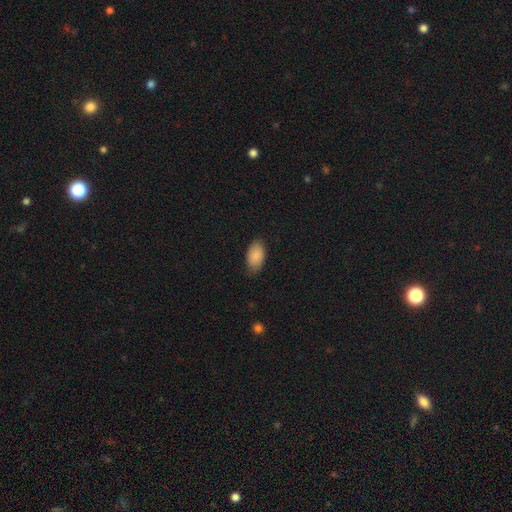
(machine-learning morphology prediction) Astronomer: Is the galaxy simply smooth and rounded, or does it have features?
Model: smooth — 87%.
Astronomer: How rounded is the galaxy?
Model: in between — 94%.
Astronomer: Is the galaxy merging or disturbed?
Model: none — 78%.